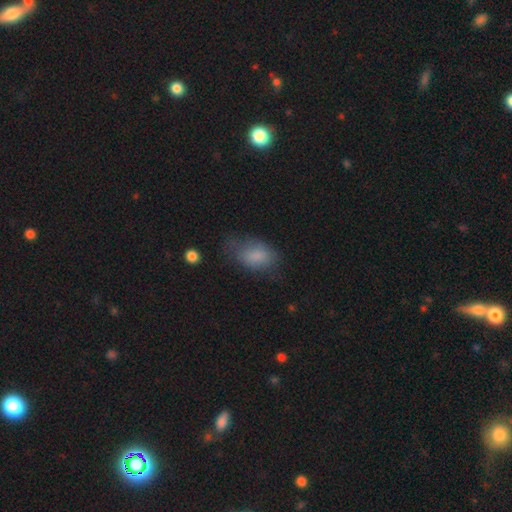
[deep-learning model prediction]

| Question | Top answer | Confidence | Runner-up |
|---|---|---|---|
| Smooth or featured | smooth | 79% | featured or disk (12%) |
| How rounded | in between | 86% | round (12%) |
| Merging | none | 48% | minor disturbance (32%) |